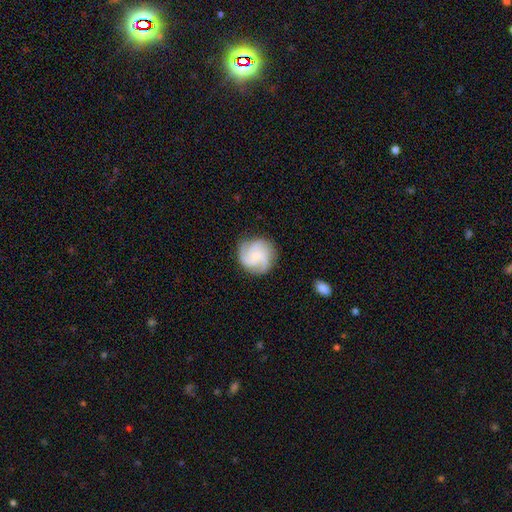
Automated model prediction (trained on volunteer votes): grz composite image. It shows a featured or disk galaxy (82%) with no bar (69%), 3 (66%) tight (46%) spiral arms (98%) and a small central bulge (66%). Merging: none (82%).